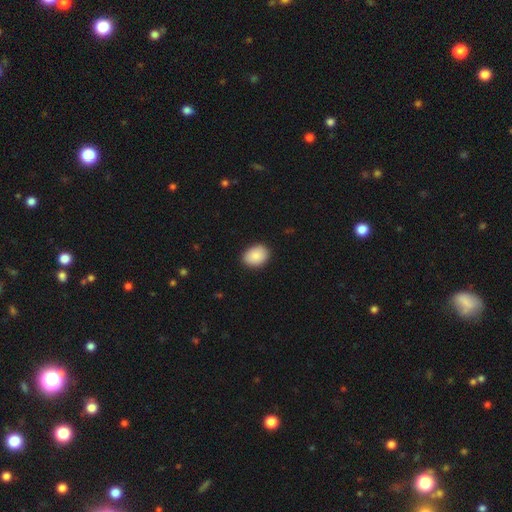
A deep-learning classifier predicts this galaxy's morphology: smooth 89%, star or artifact 7%, featured or disk 5%. Down the decision tree: how rounded — in between (70%); merging — none (88%).